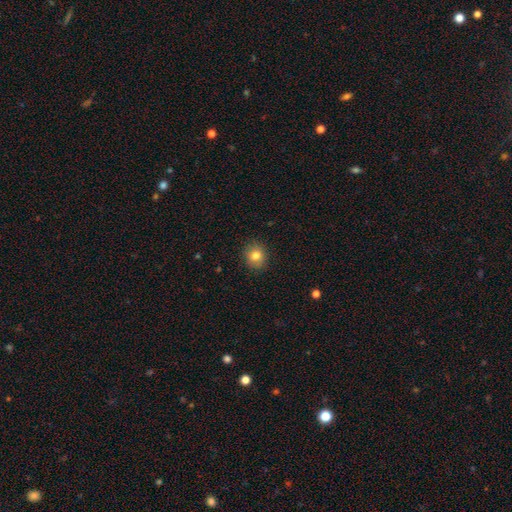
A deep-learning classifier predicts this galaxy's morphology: Overall: smooth (81%). How rounded: round (80%). Merging: none (89%).